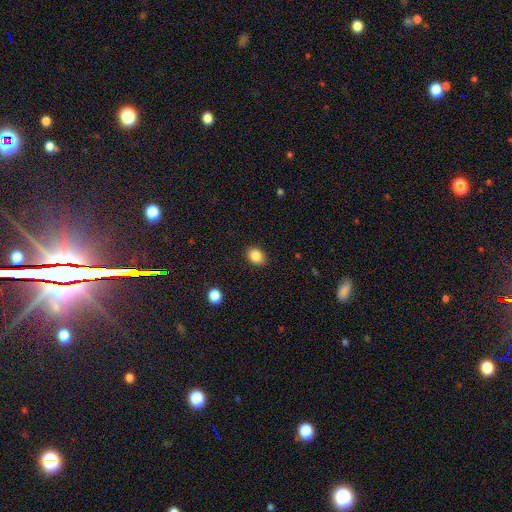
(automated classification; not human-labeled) smooth-or-featured: smooth: 86% | star or artifact: 9% | featured or disk: 5%
  how-rounded: in between: 60% | round: 39% | cigar-shaped: 1%
  merging: none: 89% | minor disturbance: 7% | major disturbance: 2% | merger: 1%